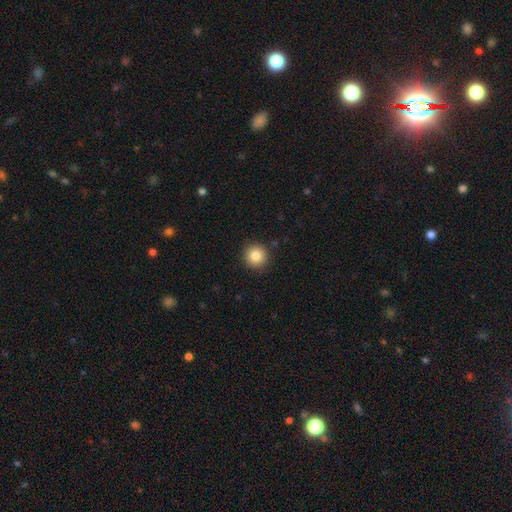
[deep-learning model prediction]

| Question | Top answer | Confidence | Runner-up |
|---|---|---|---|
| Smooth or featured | smooth | 84% | star or artifact (10%) |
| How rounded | round | 95% | in between (4%) |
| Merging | none | 91% | minor disturbance (6%) |